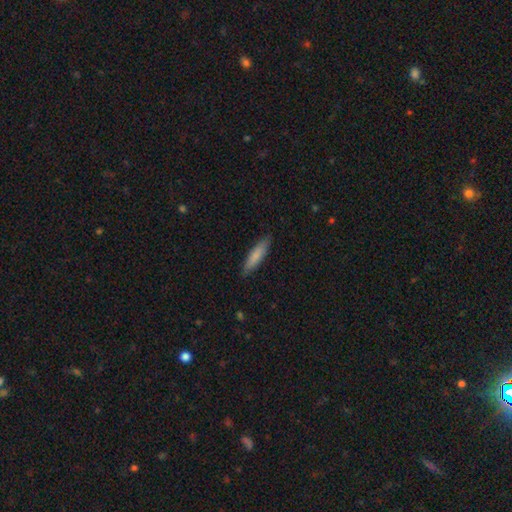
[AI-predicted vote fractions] A smooth galaxy with no disk features (80%) that is cigar-shaped (77%).

Vote fractions:
- Smooth or featured? smooth: 80% / featured or disk: 15% / star or artifact: 6%
- How rounded? cigar-shaped: 77% / in between: 22% / round: 1%
- Merging? none: 86% / minor disturbance: 11% / major disturbance: 2% / merger: 1%